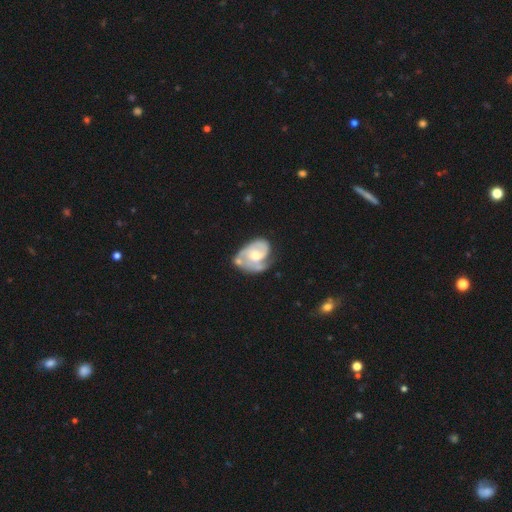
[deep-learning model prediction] A featured or disk galaxy (78%) with no bar (60%), 2 (49%) medium (42%, tied with tight) spiral arms (90%) and a moderate central bulge (62%).

Vote fractions:
- Smooth or featured? featured or disk: 78% / smooth: 17% / star or artifact: 5%
- Edge-on disk? no: 98% / yes: 2%
- Bar? no: 60% / weak: 34% / strong: 6%
- Spiral arms? yes: 90% / no: 10%
- Spiral winding? medium: 42% (tied) / tight: 42% (tied) / loose: 17%
- Spiral arm count? 2: 49% / can't tell: 18% / 1: 15% / 3: 14% / 4: 2% / more than 4: 2%
- Bulge size? moderate: 62% / small: 27% / large: 7% / none: 3% / dominant: 1%
- Merging? none: 42% / minor disturbance: 29% / major disturbance: 19% / merger: 11%